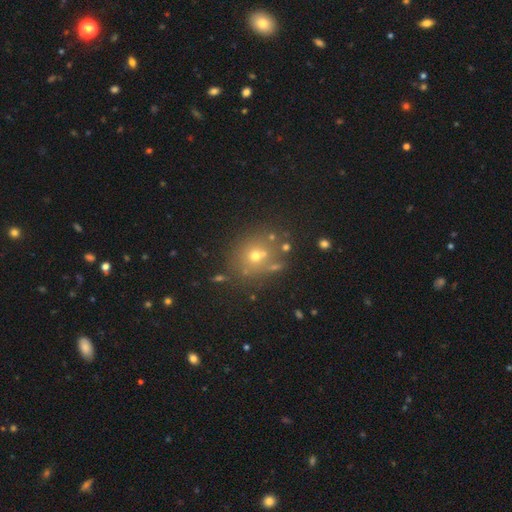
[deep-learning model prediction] A smooth galaxy with no disk features (56%) that is round (76%).

Vote fractions:
- Smooth or featured? smooth: 56% / star or artifact: 29% / featured or disk: 15%
- How rounded? round: 76% / in between: 23% / cigar-shaped: 1%
- Merging? none: 70% / merger: 13% / minor disturbance: 12% / major disturbance: 5%